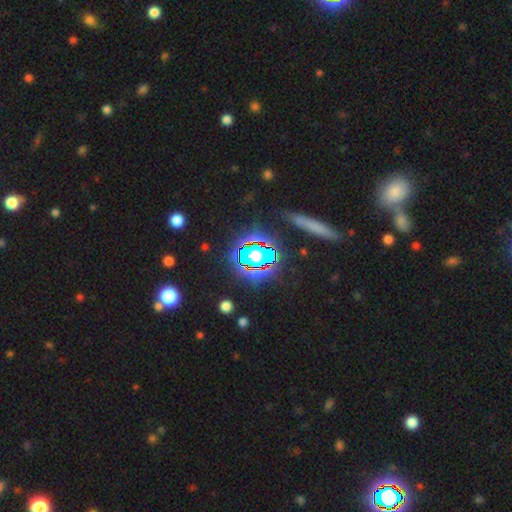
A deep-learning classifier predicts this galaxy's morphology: This is likely a star or artifact rather than a galaxy (64%).